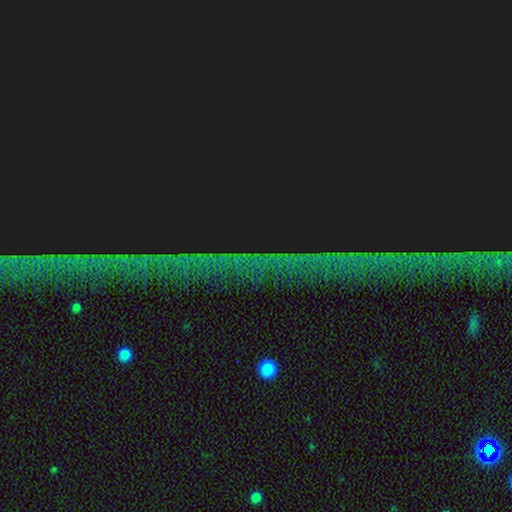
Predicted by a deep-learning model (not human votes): smooth_or_featured: star or artifact (p=0.86) [alt: featured or disk p=0.08]